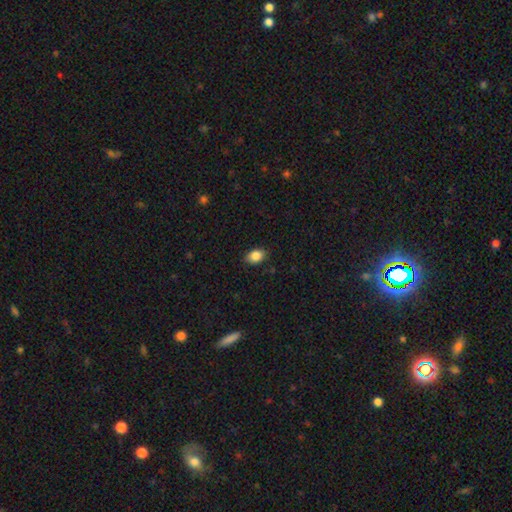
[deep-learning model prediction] A smooth galaxy with no disk features (86%) that is in between round and cigar-shaped (79%). Merging: none (85%).